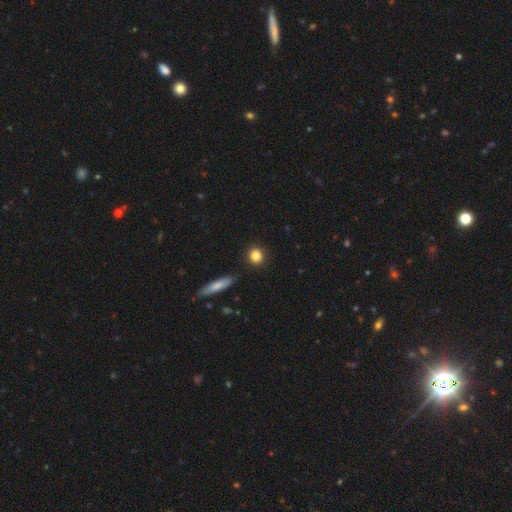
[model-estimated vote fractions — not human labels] This is clearly a smooth galaxy (84%). How rounded: clearly round (87%). Merging: clearly none (90%).